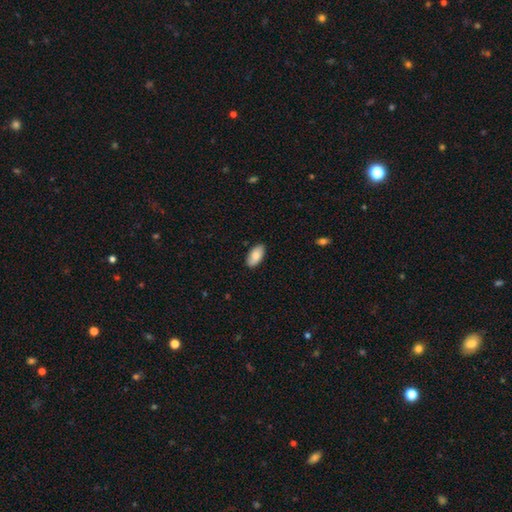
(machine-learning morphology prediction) This is clearly a smooth galaxy (84%). How rounded: clearly in between (94%). Merging: clearly none (88%).